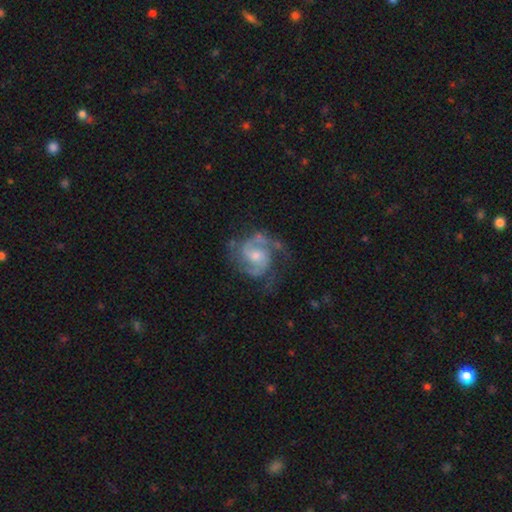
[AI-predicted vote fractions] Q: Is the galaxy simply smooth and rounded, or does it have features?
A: featured or disk — 88%.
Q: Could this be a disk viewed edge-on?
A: no — 98%.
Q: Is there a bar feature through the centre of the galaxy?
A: no — 51%.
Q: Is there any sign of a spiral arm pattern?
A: yes — 97%.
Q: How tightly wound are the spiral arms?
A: medium — 53%.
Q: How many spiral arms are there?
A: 2 — 78%.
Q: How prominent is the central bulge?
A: moderate — 51%.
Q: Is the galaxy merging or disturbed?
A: none — 66%.